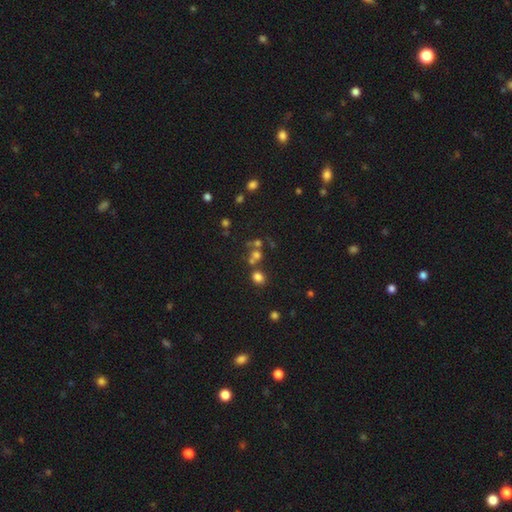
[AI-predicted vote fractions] smooth 59%, star or artifact 27%, featured or disk 14%. Down the decision tree: how rounded — round (72%); merging — none (52%).